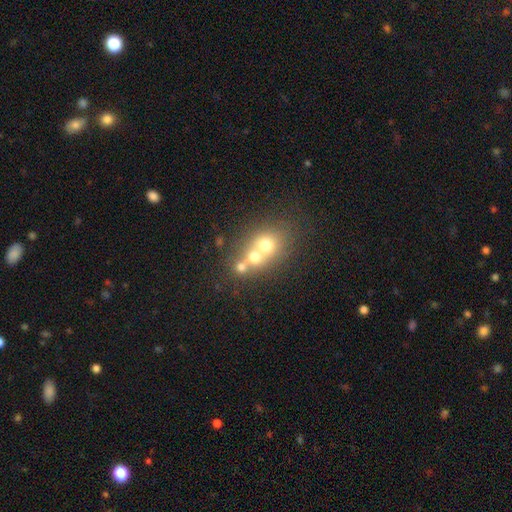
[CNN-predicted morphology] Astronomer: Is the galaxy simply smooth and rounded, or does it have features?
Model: smooth — 58%.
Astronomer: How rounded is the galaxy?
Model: round — 68%.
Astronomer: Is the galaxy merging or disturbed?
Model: merger — 61%.